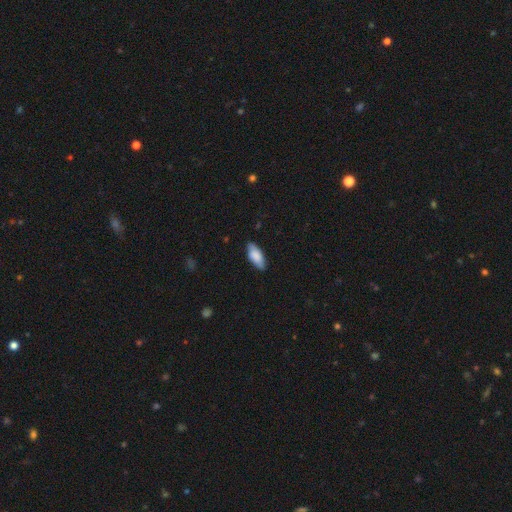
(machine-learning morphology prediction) The model was most divided on "merging": none: 83%, minor disturbance: 14%, major disturbance: 2%, merger: 1%. More confident: how rounded — in between (85%); smooth or featured — smooth (82%).